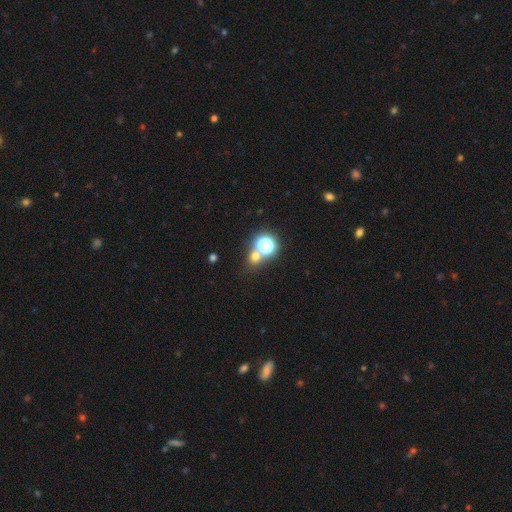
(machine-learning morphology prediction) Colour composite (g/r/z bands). It shows a smooth galaxy with no disk features (57%) that is round (81%). Merging: none (63%).